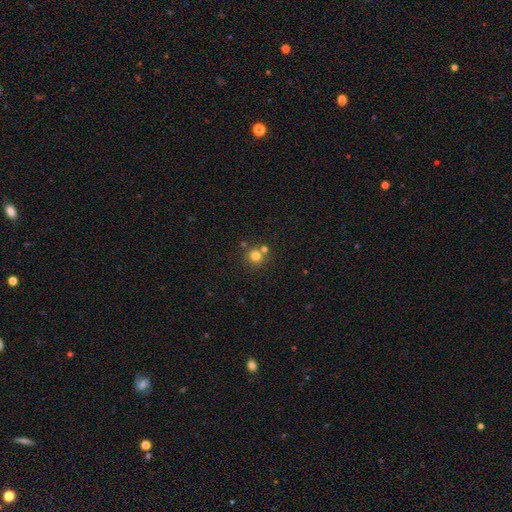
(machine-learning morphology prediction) A smooth galaxy with no disk features (77%) that is round (92%).

Vote fractions:
- Smooth or featured? smooth: 77% / star or artifact: 15% / featured or disk: 9%
- How rounded? round: 92% / in between: 7% / cigar-shaped: 1%
- Merging? none: 66% / merger: 25% / minor disturbance: 7% / major disturbance: 3%